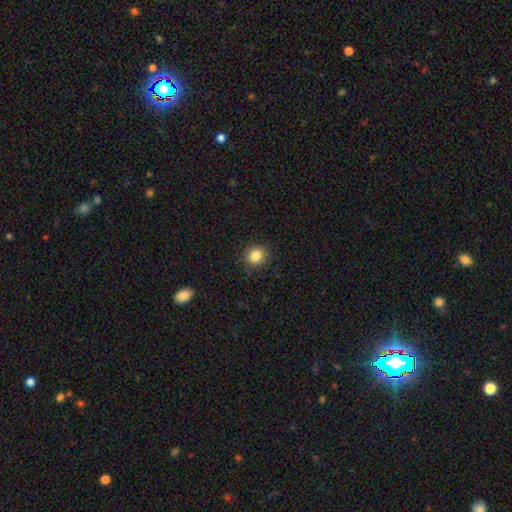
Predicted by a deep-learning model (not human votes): smooth 84%, star or artifact 11%, featured or disk 5%. Down the decision tree: how rounded — round (88%); merging — none (90%).